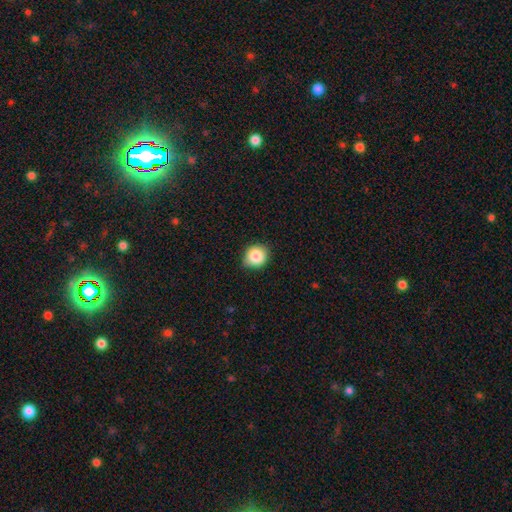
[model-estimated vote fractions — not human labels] This is clearly a smooth galaxy (84%). How rounded: likely round (78%). Merging: clearly none (81%).